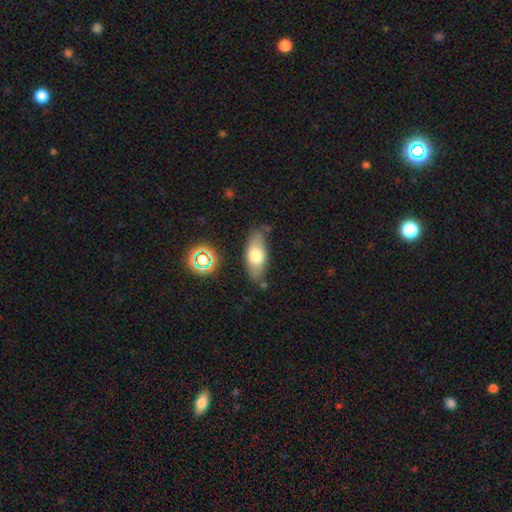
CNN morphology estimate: type=smooth (68%); roundness=in between (80%); merging=none (72%).